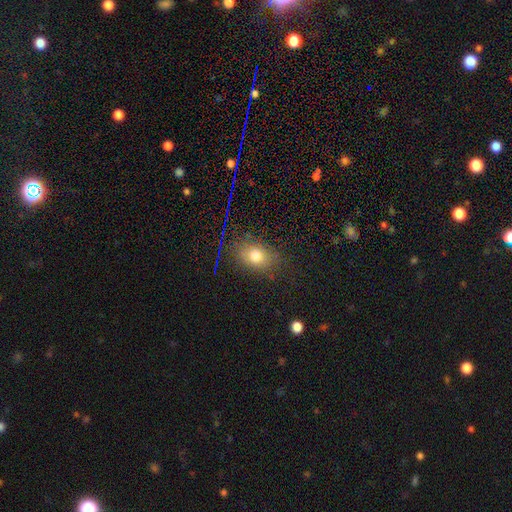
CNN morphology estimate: Overall: smooth (74%). How rounded: in between (67%; round 31%). Merging: none (80%).